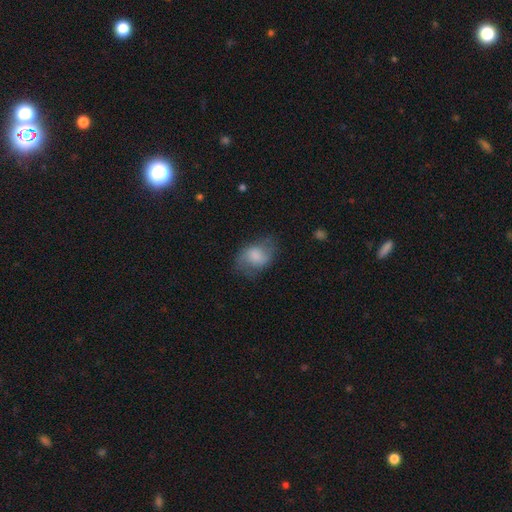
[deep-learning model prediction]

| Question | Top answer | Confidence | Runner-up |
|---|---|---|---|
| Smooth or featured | smooth | 69% | featured or disk (23%) |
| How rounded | in between | 69% | round (30%) |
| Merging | none | 53% | minor disturbance (28%) |